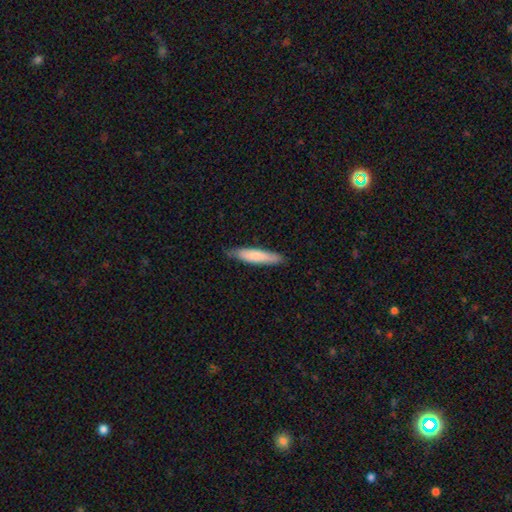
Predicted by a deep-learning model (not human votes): smooth-or-featured: smooth: 76% | featured or disk: 18% | star or artifact: 5%
  how-rounded: cigar-shaped: 86% | in between: 13% | round: 1%
  merging: none: 81% | minor disturbance: 16% | major disturbance: 2% | merger: 1%